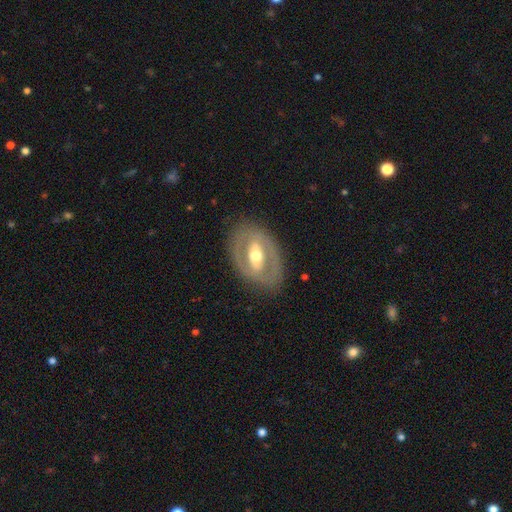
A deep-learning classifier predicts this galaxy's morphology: Smooth or featured? featured or disk (69%)
Edge-on disk? no (91%)
Bar? strong (41%)
Spiral arms? no (74%)
Bulge size? moderate (69%)
Merging? none (80%)